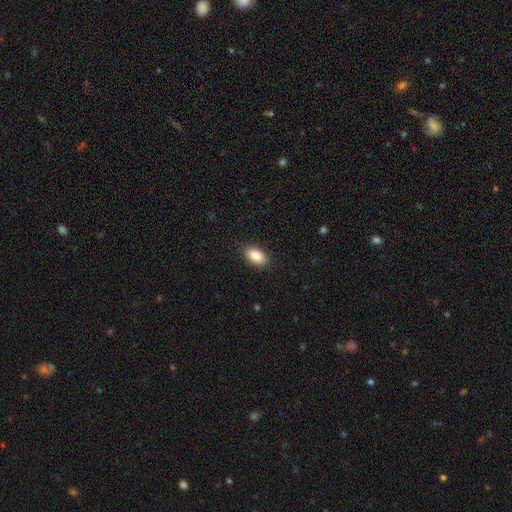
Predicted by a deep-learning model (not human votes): Q: Smooth or featured?
A: smooth (89%); runner-up: star or artifact (7%)
Q: How rounded?
A: in between (93%); runner-up: round (4%)
Q: Merging?
A: none (89%); runner-up: minor disturbance (8%)